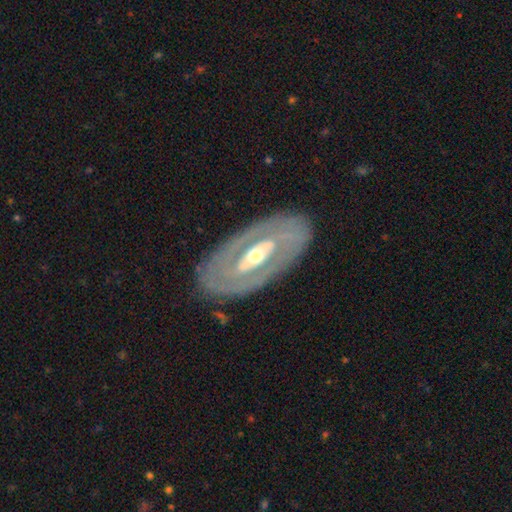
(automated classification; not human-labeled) The model was most divided on "spiral arms": no: 53%, yes: 47%. Remaining: edge-on disk — no (88%); merging — none (83%); smooth or featured — featured or disk (79%); bulge size — moderate (64%); bar — no (46%).